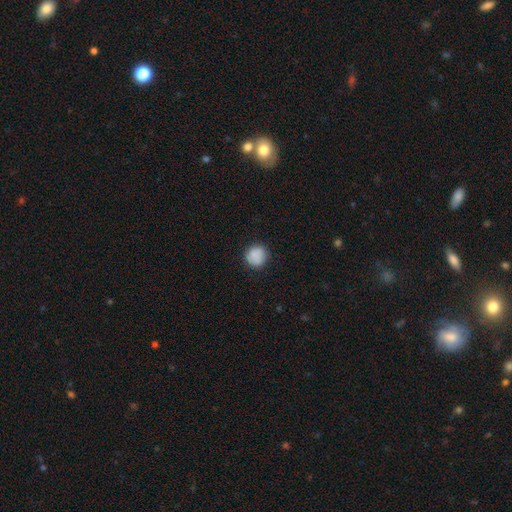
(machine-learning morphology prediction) The model was most divided on "merging": none: 85%, minor disturbance: 11%, major disturbance: 3%, merger: 1%. More confident: how rounded — round (89%); smooth or featured — smooth (87%).